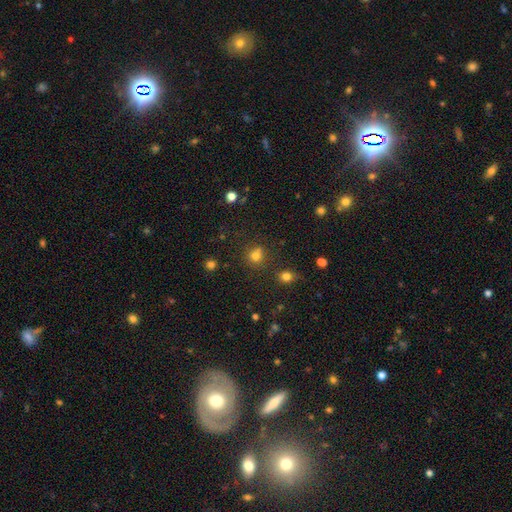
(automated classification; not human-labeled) smooth_or_featured: smooth (p=0.74) [alt: star or artifact p=0.19]
how_rounded: round (p=0.82) [alt: in between p=0.17]
merging: none (p=0.66) [alt: merger p=0.17]